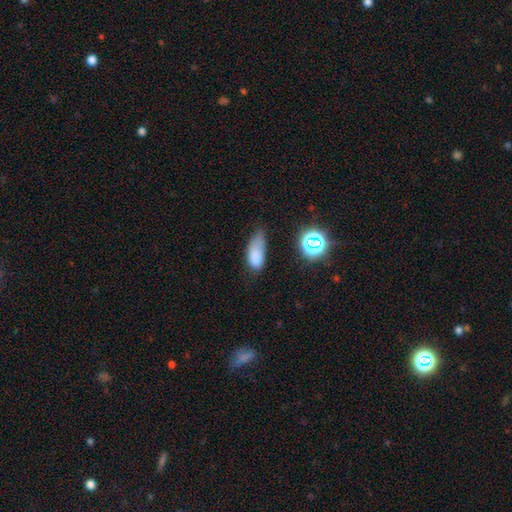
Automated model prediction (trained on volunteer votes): Q: Smooth or featured?
A: smooth (76%); runner-up: star or artifact (13%)
Q: How rounded?
A: in between (82%); runner-up: cigar-shaped (12%)
Q: Merging?
A: minor disturbance (43%); runner-up: none (34%)